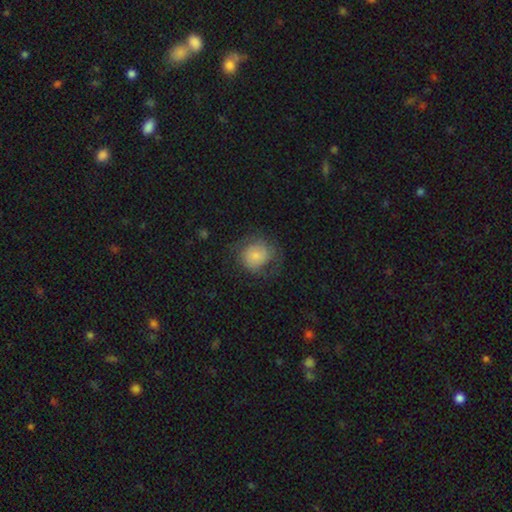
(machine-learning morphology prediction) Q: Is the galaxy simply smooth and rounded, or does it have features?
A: smooth — 65%.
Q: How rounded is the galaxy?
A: round — 82%.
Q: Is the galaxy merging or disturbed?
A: none — 59%.